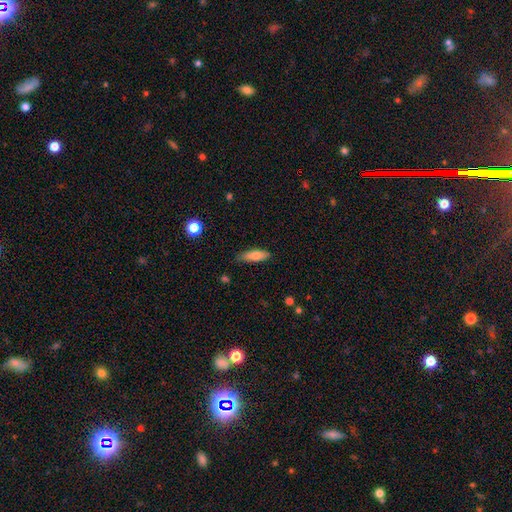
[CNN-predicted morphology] Smooth or featured?
  - smooth: 75% *
  - featured or disk: 18%
  - star or artifact: 7%
How rounded?
  - cigar-shaped: 51% *
  - in between: 47%
  - round: 2%
Merging?
  - none: 79% *
  - minor disturbance: 17%
  - major disturbance: 3%
  - merger: 1%